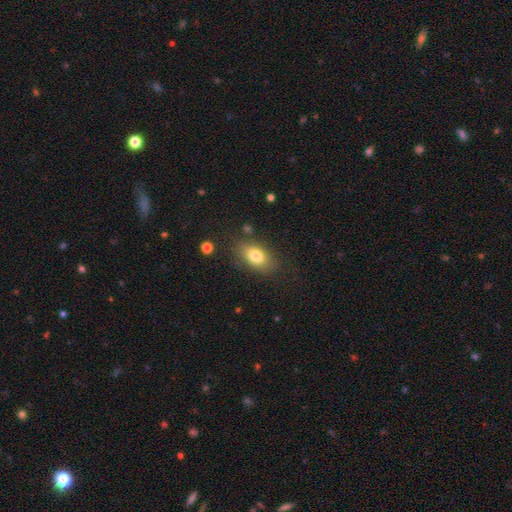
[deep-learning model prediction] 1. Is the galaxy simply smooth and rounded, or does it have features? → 79% smooth, 12% featured or disk, 8% star or artifact.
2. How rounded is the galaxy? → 87% in between, 10% round, 3% cigar-shaped.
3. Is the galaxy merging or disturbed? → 79% none, 14% minor disturbance, 5% major disturbance, 2% merger.